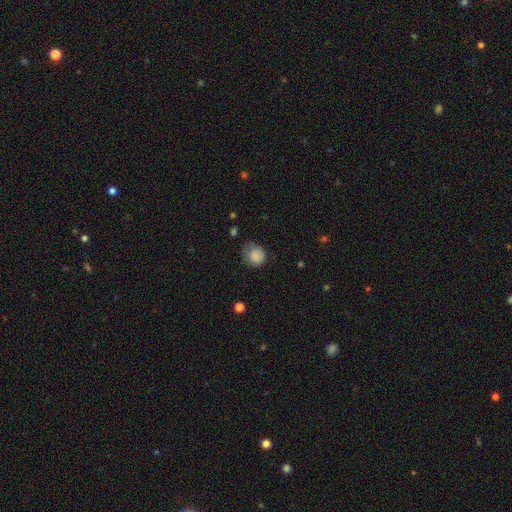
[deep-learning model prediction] smooth 85%, star or artifact 9%, featured or disk 6%. Down the decision tree: how rounded — round (77%); merging — none (53%).